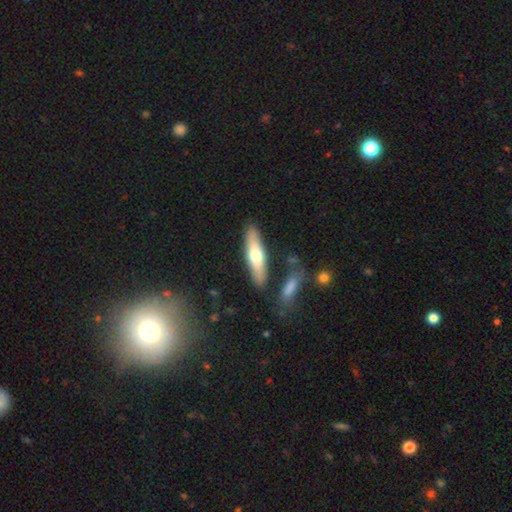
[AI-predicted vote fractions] smooth-or-featured: smooth: 58% | featured or disk: 36% | star or artifact: 5%
  how-rounded: cigar-shaped: 70% | in between: 28% | round: 2%
  merging: none: 82% | minor disturbance: 10% | merger: 5% | major disturbance: 3%